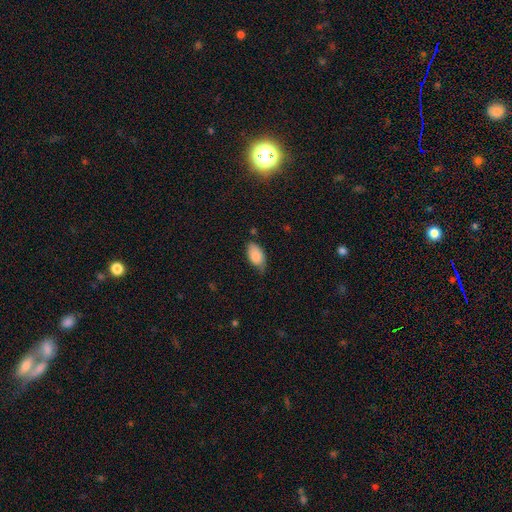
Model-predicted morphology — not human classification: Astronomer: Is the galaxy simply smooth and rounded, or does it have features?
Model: smooth — 84%.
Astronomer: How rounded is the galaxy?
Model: in between — 94%.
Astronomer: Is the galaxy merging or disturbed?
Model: none — 52% (runner-up: minor disturbance, 38%).